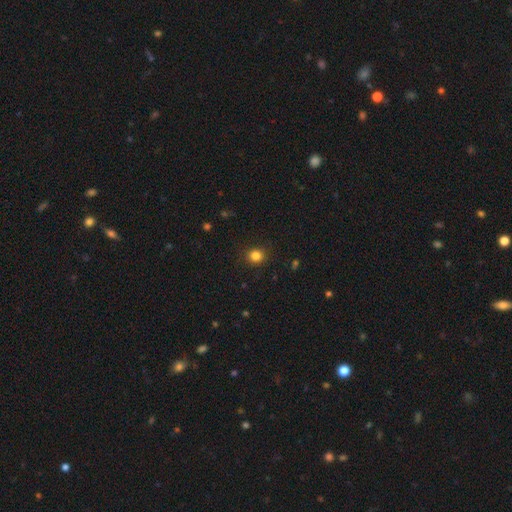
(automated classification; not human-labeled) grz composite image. It shows a smooth galaxy with no disk features (82%) that is round (86%). Merging: none (90%).